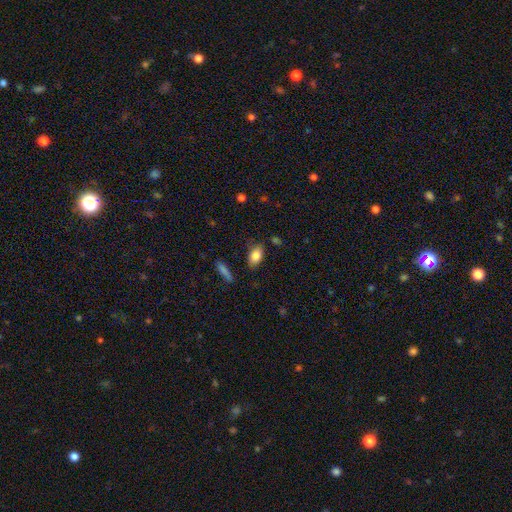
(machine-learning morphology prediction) Smooth or featured: smooth — 84% (featured or disk — 8%)
How rounded: in between — 90% (round — 5%)
Merging: none — 80% (minor disturbance — 14%)